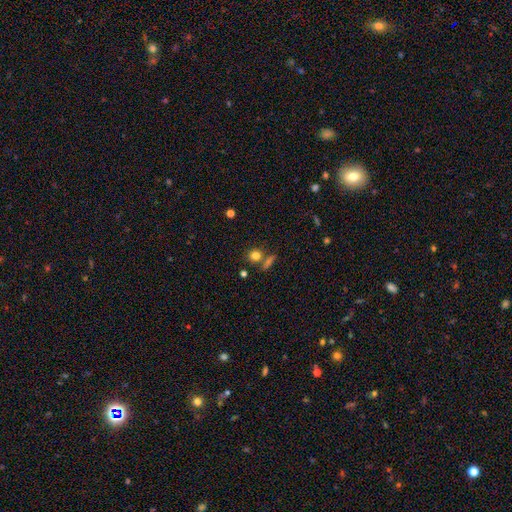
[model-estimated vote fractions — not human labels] Smooth or featured: smooth — 79% (star or artifact — 13%)
How rounded: round — 83% (in between — 15%)
Merging: none — 66% (merger — 19%)